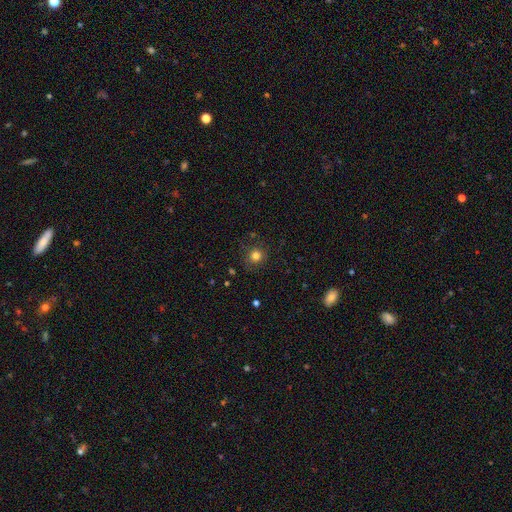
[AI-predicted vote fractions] Smooth or featured? smooth (79%)
How rounded? round (92%)
Merging? none (85%)